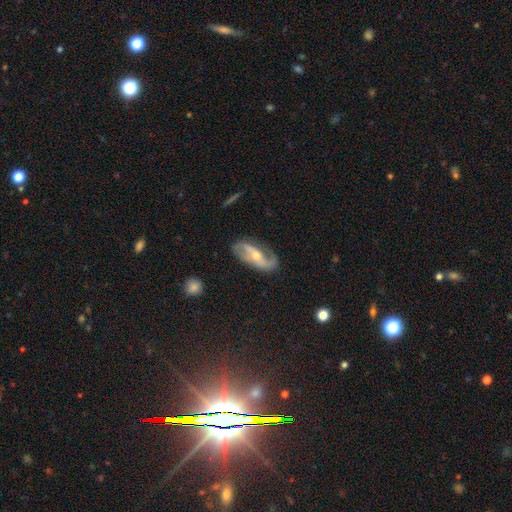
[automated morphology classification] Smooth or featured?
  - featured or disk: 80% *
  - smooth: 14%
  - star or artifact: 5%
Edge-on disk?
  - no: 91% *
  - yes: 9%
Bar?
  - no: 34% *
  - weak: 33%
  - strong: 33%
Spiral arms?
  - yes: 89% *
  - no: 11%
Spiral winding?
  - loose: 53% *
  - medium: 33%
  - tight: 14%
Spiral arm count?
  - 2: 85% *
  - 1: 6%
  - can't tell: 6%
  - 3: 1%
  - 4: 1%
  - more than 4: 1%
Bulge size?
  - moderate: 57% *
  - small: 39%
  - large: 2%
  - none: 1%
  - dominant: 1%
Merging?
  - none: 73% *
  - minor disturbance: 18%
  - major disturbance: 8%
  - merger: 2%